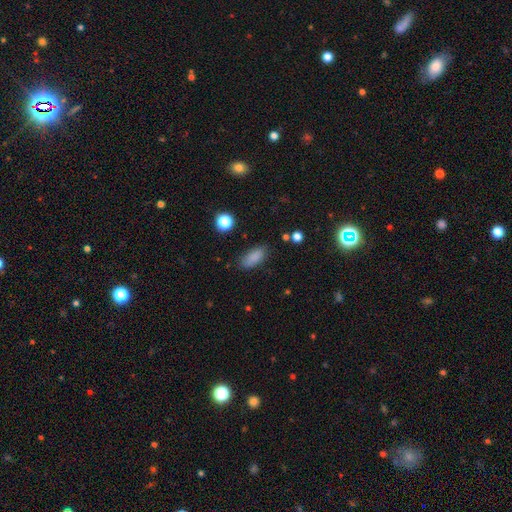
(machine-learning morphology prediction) smooth-or-featured: smooth: 83% | star or artifact: 12% | featured or disk: 6%
  how-rounded: in between: 83% | cigar-shaped: 13% | round: 4%
  merging: none: 80% | minor disturbance: 14% | major disturbance: 4% | merger: 2%